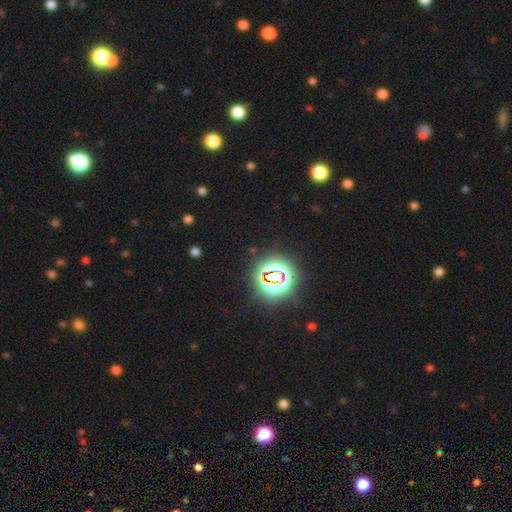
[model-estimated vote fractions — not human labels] Overall: star or artifact (79%).